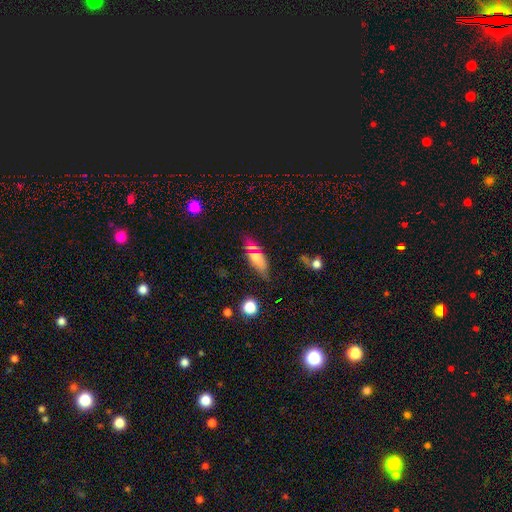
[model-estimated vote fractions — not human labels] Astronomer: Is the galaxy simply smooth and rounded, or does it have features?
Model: smooth — 61%.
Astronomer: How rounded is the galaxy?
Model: in between — 70%.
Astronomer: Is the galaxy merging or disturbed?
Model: none — 70%.